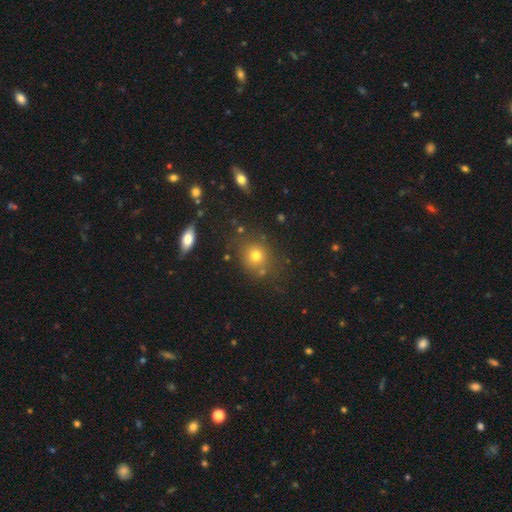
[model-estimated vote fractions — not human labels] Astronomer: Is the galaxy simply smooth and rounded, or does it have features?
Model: smooth — 73%.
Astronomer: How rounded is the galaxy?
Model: round — 81%.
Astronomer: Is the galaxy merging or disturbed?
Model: none — 77%.